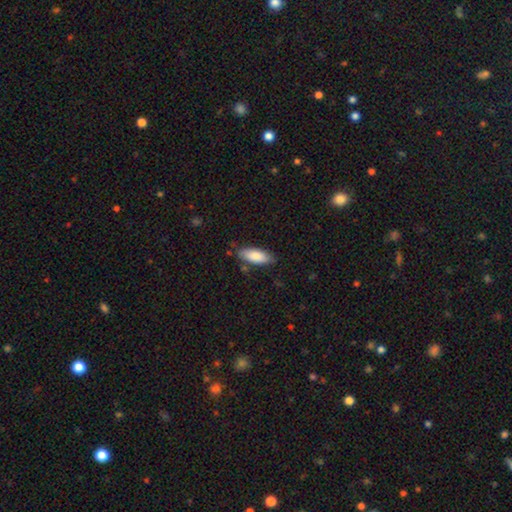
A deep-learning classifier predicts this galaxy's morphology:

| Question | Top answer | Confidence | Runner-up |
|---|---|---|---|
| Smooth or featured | smooth | 81% | featured or disk (13%) |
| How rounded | in between | 76% | cigar-shaped (22%) |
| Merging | none | 79% | minor disturbance (16%) |